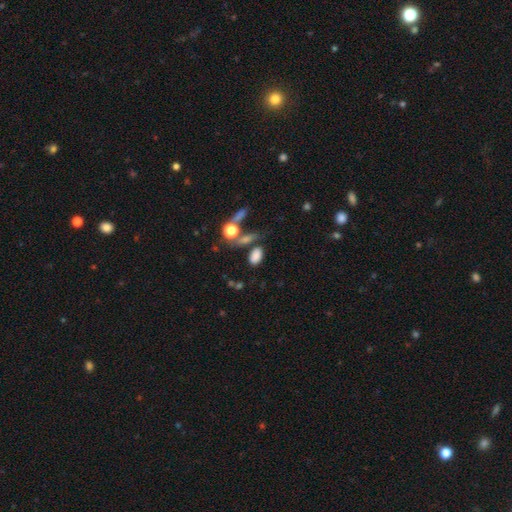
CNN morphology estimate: Overall: smooth (80%). How rounded: in between (88%). Merging: none (59%).